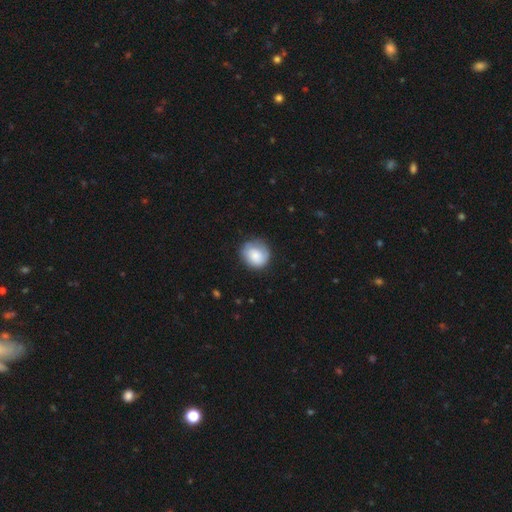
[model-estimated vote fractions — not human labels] Q: Smooth or featured?
A: smooth (76%); runner-up: featured or disk (18%)
Q: How rounded?
A: round (80%); runner-up: in between (19%)
Q: Merging?
A: none (70%); runner-up: minor disturbance (22%)